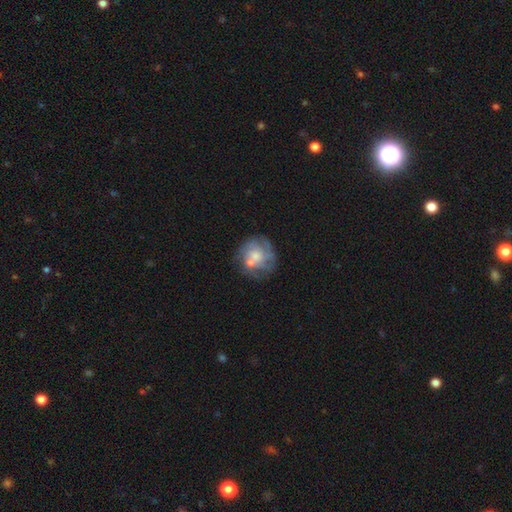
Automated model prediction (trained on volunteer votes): This appears to be a featured or disk galaxy (53%) with no bar (79%), no spiral arms (51%) and a moderate central bulge (47%). Merging: none (56%).